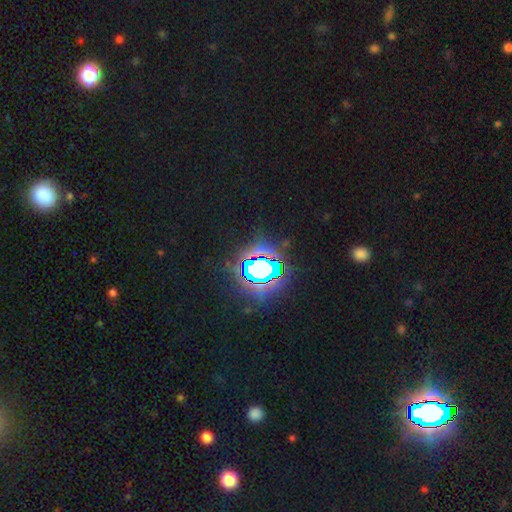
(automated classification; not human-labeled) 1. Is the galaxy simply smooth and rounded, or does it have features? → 82% star or artifact, 11% smooth, 7% featured or disk.